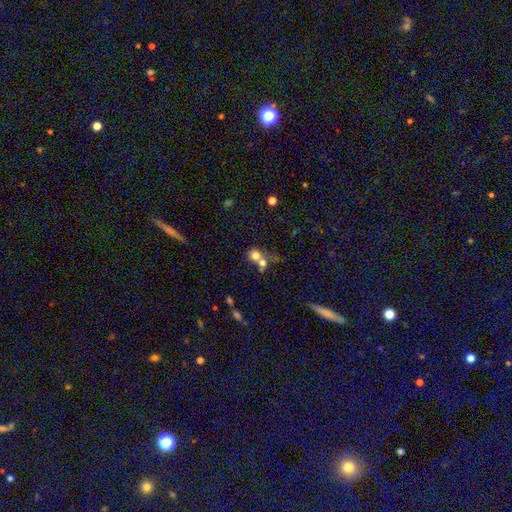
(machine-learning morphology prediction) Smooth or featured? Predicted: smooth (p=0.72). How rounded? Predicted: round (p=0.83). Merging? Predicted: merger (p=0.55).